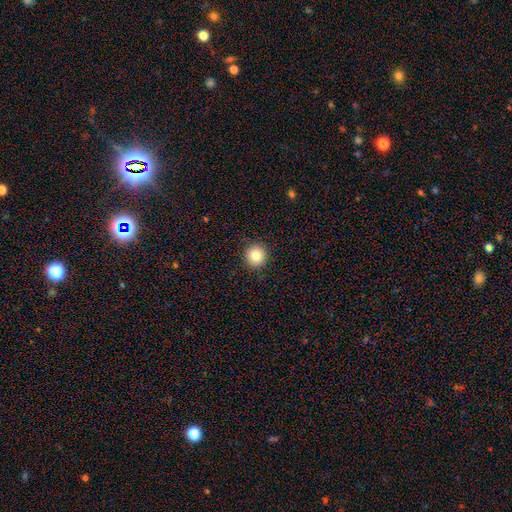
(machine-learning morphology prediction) Overall: smooth (83%). How rounded: round (93%). Merging: none (90%).